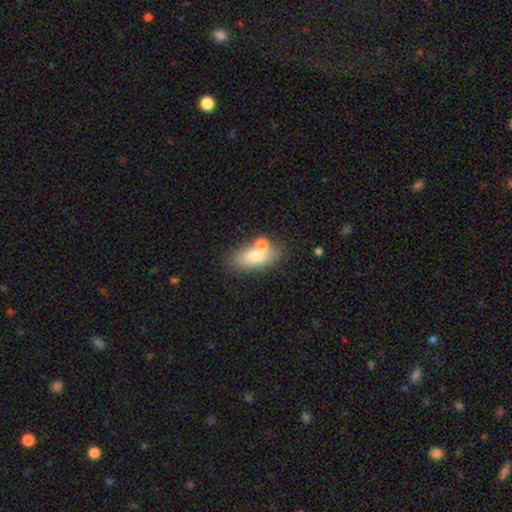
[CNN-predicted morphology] Smooth or featured?
  - smooth: 73% *
  - featured or disk: 18%
  - star or artifact: 9%
How rounded?
  - in between: 85% *
  - round: 8%
  - cigar-shaped: 7%
Merging?
  - none: 62% *
  - merger: 20%
  - minor disturbance: 14%
  - major disturbance: 5%